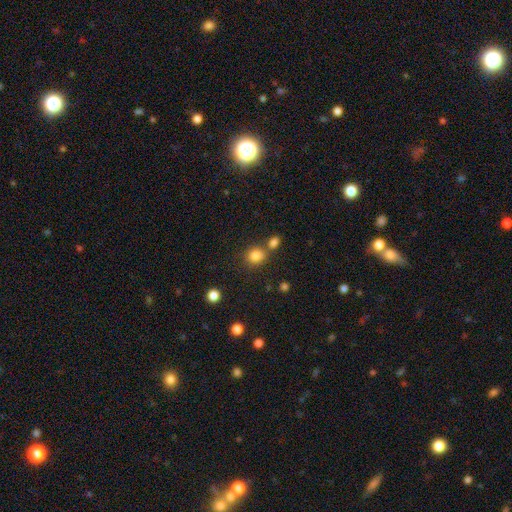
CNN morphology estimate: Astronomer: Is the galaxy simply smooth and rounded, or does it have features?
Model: smooth — 82%.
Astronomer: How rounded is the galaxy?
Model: round — 78%.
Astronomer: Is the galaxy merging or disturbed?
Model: none — 63%.